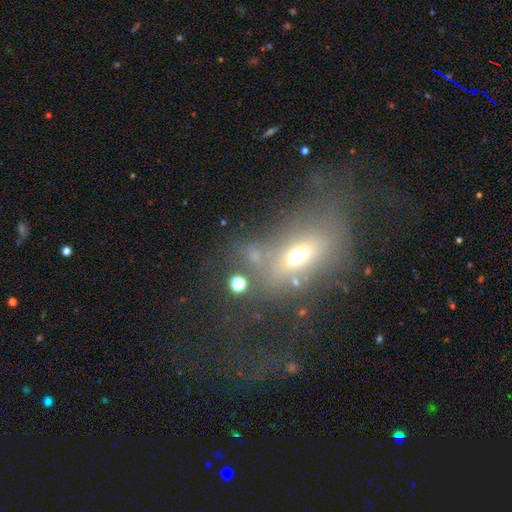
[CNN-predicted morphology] The model was most divided on "merging": none: 44%, major disturbance: 24%, minor disturbance: 18%, merger: 14%. More confident: how rounded — in between (66%); smooth or featured — smooth (51%).